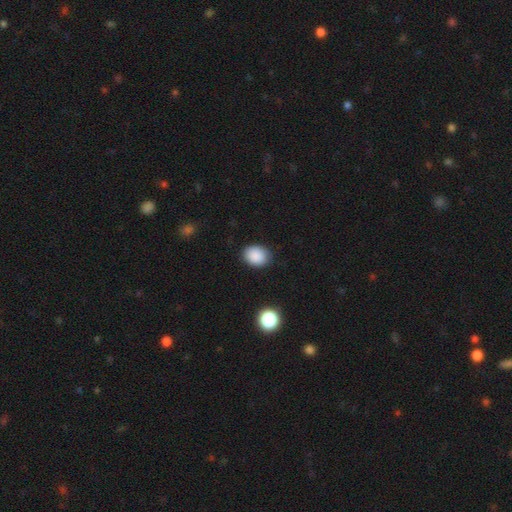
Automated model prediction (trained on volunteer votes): This appears to be a smooth galaxy with no disk features (88%) that is in between round and cigar-shaped (58%). Merging: none (85%).